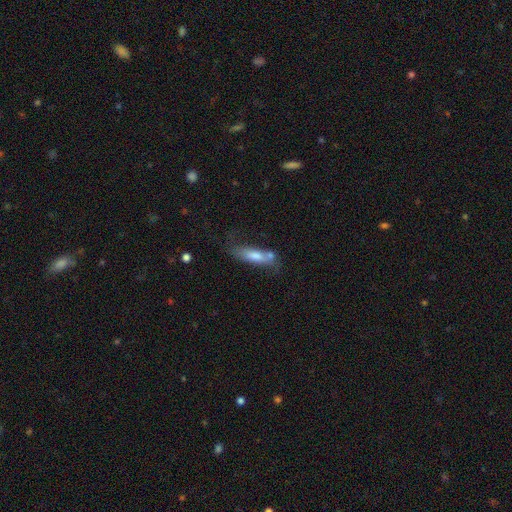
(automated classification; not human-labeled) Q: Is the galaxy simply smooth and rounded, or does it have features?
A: smooth — 62%.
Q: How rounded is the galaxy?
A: cigar-shaped — 60%.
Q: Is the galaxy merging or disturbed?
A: none — 44%.